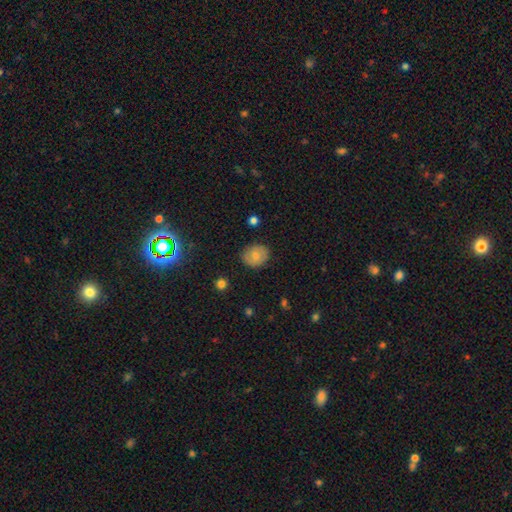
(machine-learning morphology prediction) Smooth or featured: smooth — 69% (featured or disk — 22%)
How rounded: round — 61% (in between — 38%)
Merging: none — 83% (minor disturbance — 13%)